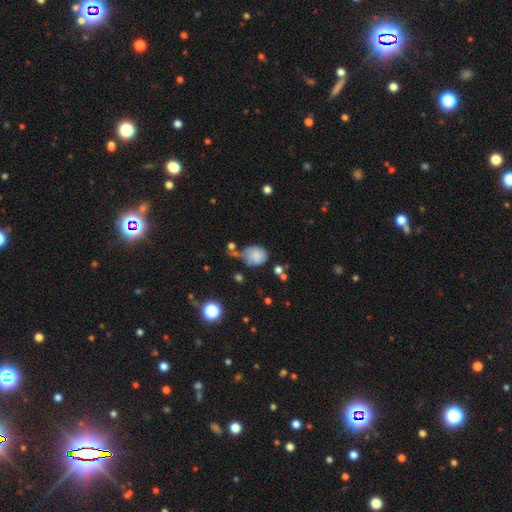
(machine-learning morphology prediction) This appears to be a smooth galaxy with no disk features (73%) that is round (60%). Merging: none (38%).